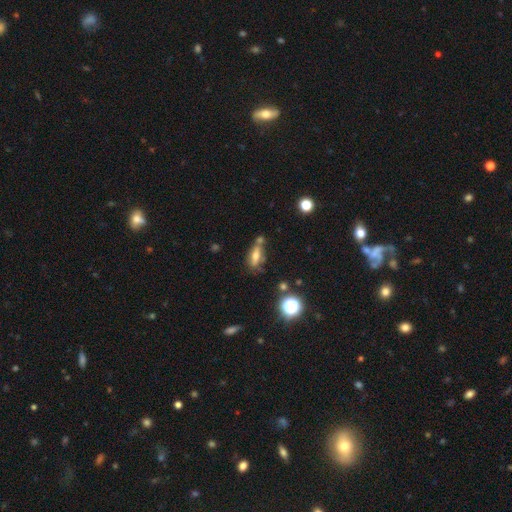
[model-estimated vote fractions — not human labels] Smooth or featured? Predicted: smooth (p=0.56). How rounded? Predicted: in between (p=0.63). Merging? Predicted: none (p=0.50).